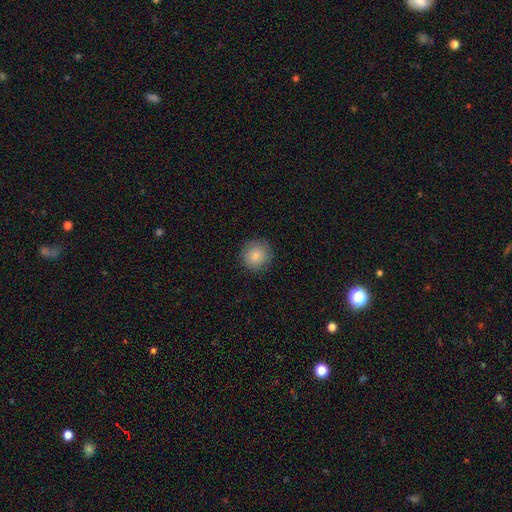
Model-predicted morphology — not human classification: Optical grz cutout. It shows a smooth galaxy with no disk features (85%) that is round (91%). Merging: none (89%).